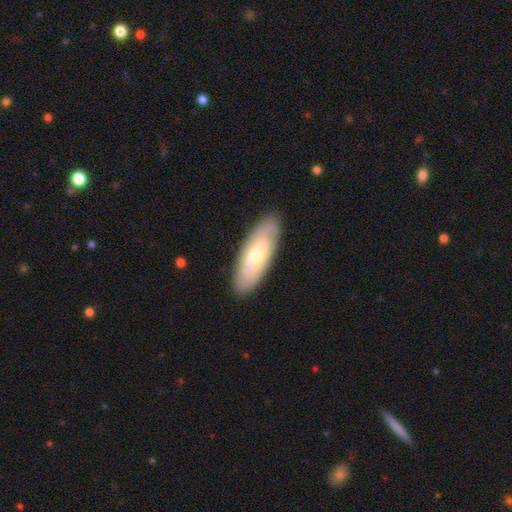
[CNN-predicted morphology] A smooth galaxy with no disk features (47%, tied with featured or disk).

Vote fractions:
- Smooth or featured? smooth: 47% (tied) / featured or disk: 47% (tied) / star or artifact: 6%
- Merging? none: 87% / minor disturbance: 10% / major disturbance: 2% / merger: 1%